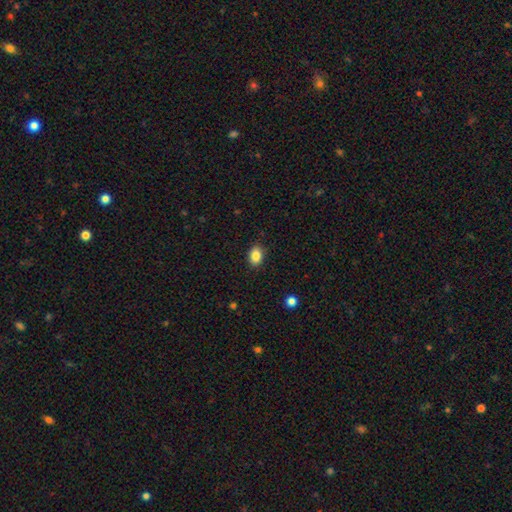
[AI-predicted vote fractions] Smooth or featured? Predicted: smooth (p=0.86). How rounded? Predicted: in between (p=0.79). Merging? Predicted: none (p=0.88).